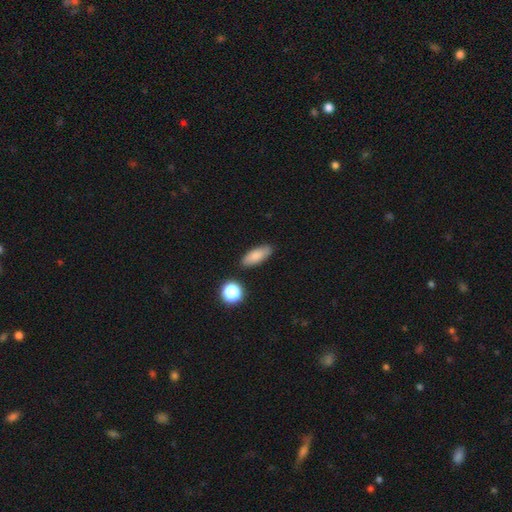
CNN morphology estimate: Smooth or featured: smooth — 83% (star or artifact — 9%)
How rounded: in between — 72% (cigar-shaped — 23%)
Merging: none — 83% (minor disturbance — 11%)